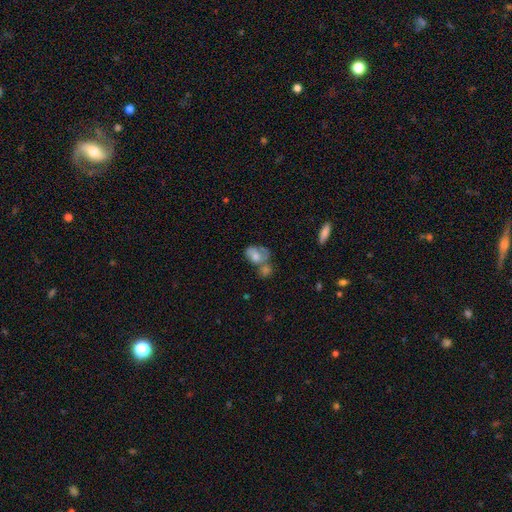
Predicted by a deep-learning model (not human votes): smooth-or-featured: smooth: 64% | featured or disk: 27% | star or artifact: 9%
  how-rounded: in between: 78% | round: 20% | cigar-shaped: 2%
  merging: merger: 45% | none: 24% | minor disturbance: 17% | major disturbance: 14%